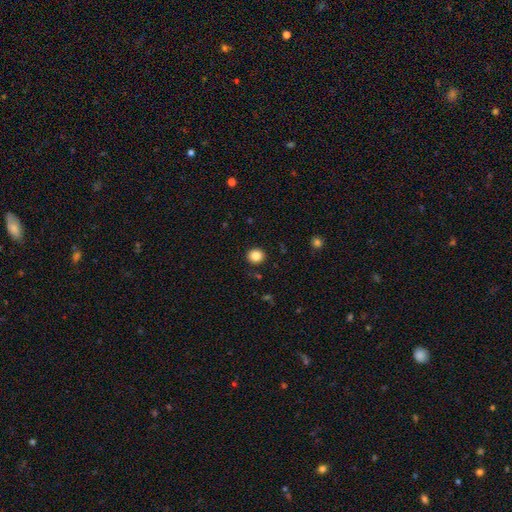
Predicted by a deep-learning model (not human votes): A smooth galaxy with no disk features (85%) that is round (88%). Merging: none (91%).